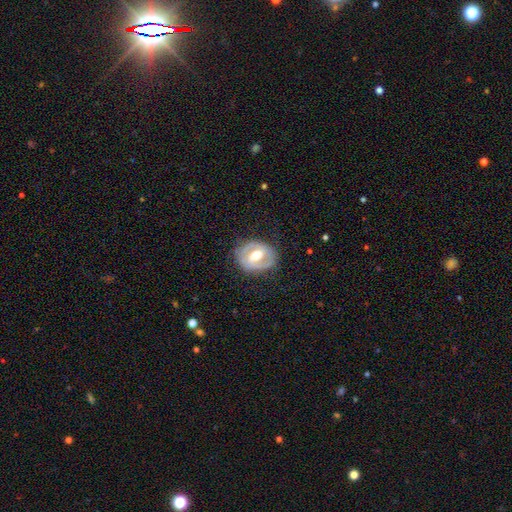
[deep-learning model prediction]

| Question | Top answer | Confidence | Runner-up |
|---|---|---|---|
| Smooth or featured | featured or disk | 72% | smooth (23%) |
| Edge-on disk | no | 96% | yes (4%) |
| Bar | weak | 43% | strong (34%) |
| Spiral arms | yes | 64% | no (36%) |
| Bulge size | moderate | 72% | large (14%) |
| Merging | none | 78% | minor disturbance (15%) |